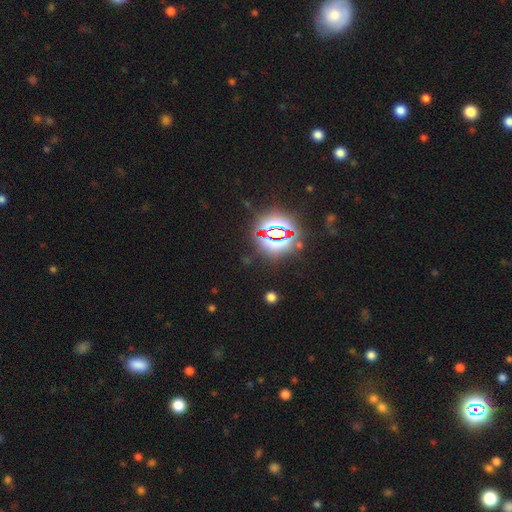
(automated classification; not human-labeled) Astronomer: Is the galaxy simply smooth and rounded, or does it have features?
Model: star or artifact — 83%.